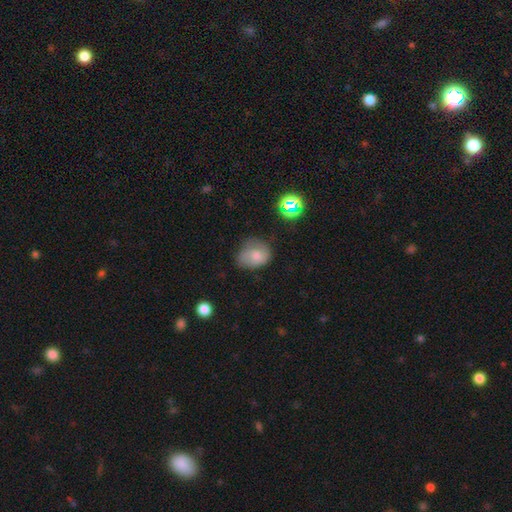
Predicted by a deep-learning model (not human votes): A smooth galaxy with no disk features (64%) that is round (54%). Merging: none (48%).